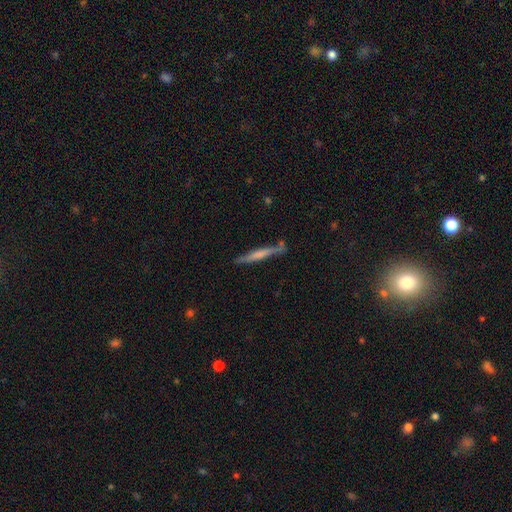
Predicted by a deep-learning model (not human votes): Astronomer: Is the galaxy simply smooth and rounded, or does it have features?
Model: featured or disk — 54% (runner-up: smooth, 39%).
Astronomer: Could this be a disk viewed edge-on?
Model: yes — 95%.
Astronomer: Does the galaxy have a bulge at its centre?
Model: none — 48% (runner-up: rounded, 34%).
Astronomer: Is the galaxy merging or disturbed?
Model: none — 82%.